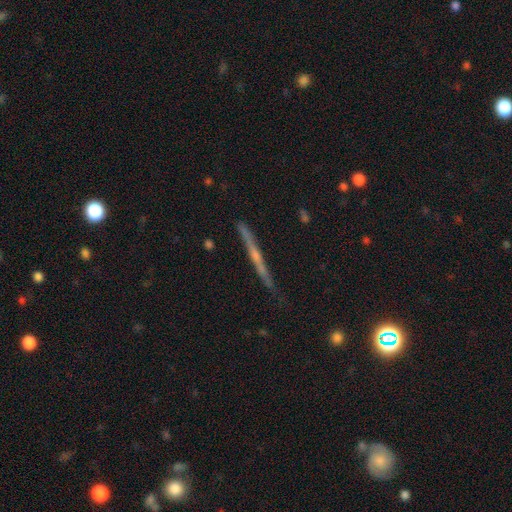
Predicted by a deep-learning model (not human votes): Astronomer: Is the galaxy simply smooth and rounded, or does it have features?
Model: featured or disk — 73%.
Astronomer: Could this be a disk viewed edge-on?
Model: yes — 97%.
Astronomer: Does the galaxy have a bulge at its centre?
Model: rounded — 57% (runner-up: none, 37%).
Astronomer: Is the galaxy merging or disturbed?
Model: none — 83%.